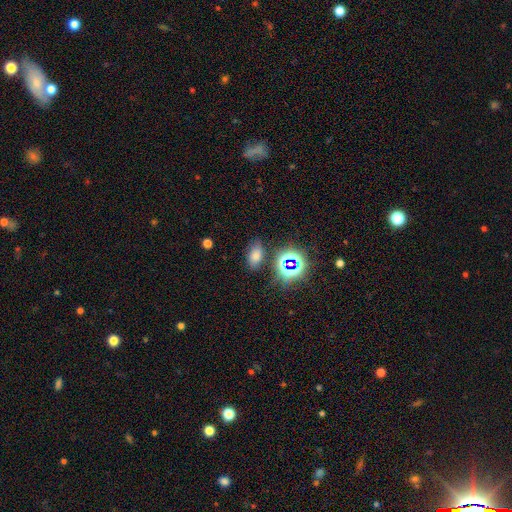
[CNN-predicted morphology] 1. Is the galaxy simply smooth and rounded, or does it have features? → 55% smooth, 34% star or artifact, 11% featured or disk.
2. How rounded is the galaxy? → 83% in between, 14% round, 3% cigar-shaped.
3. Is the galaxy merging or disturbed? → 76% none, 14% minor disturbance, 5% merger, 5% major disturbance.